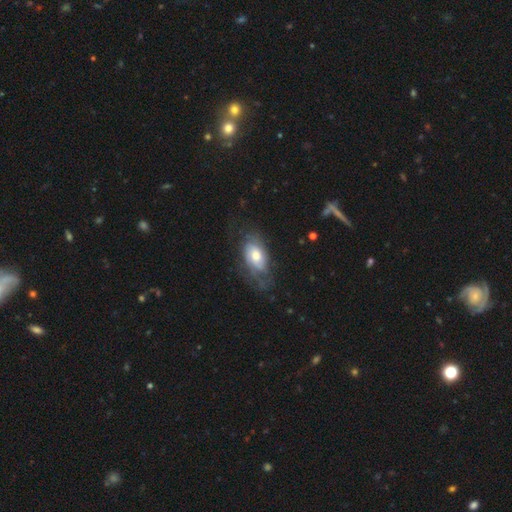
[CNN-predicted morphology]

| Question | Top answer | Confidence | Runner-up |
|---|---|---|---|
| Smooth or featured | featured or disk | 62% | smooth (31%) |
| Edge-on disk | no | 93% | yes (7%) |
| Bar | no | 73% | weak (23%) |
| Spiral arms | yes | 81% | no (19%) |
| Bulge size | moderate | 65% | small (16%) |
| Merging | none | 55% | minor disturbance (25%) |